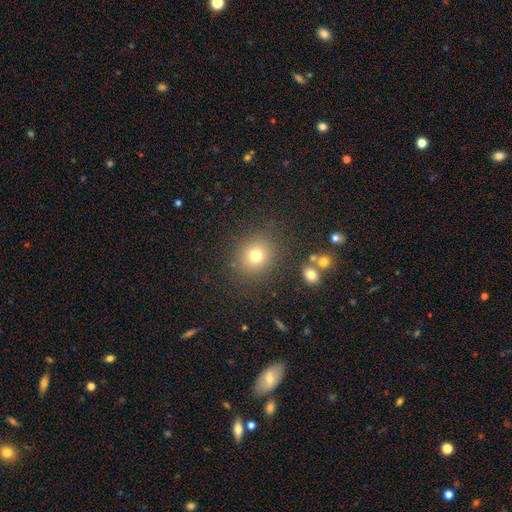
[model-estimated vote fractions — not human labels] Smooth or featured? Predicted: smooth (p=0.74). How rounded? Predicted: round (p=0.81). Merging? Predicted: none (p=0.84).